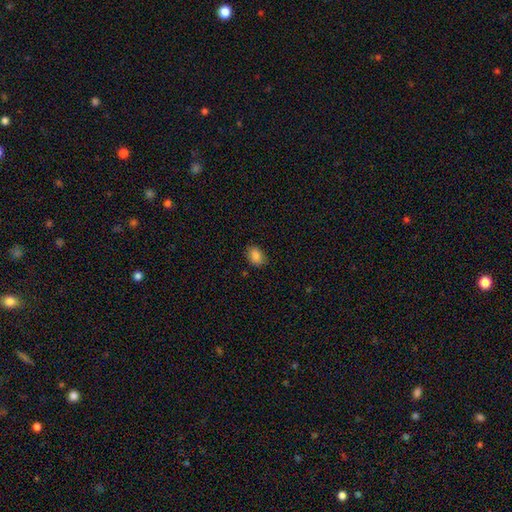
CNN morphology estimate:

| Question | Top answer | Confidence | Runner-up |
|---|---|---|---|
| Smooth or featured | smooth | 86% | star or artifact (9%) |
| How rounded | in between | 74% | round (24%) |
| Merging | none | 82% | minor disturbance (14%) |